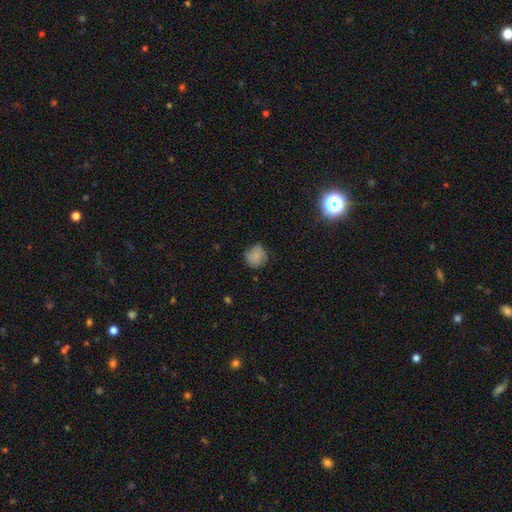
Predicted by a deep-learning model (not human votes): This is likely a smooth galaxy (77%). How rounded: clearly round (85%). Merging: likely none (68%).